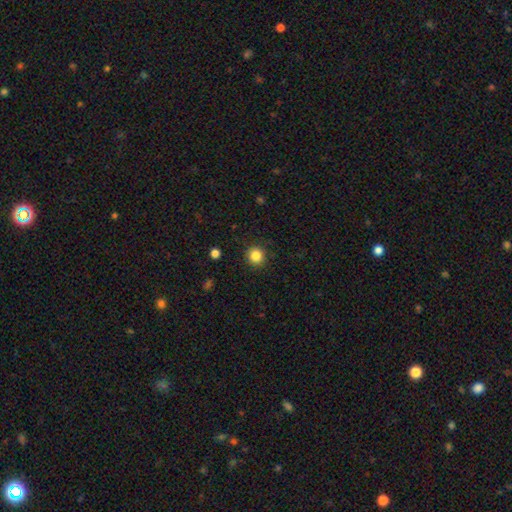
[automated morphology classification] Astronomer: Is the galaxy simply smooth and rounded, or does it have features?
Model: smooth — 85%.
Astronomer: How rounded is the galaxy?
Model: round — 91%.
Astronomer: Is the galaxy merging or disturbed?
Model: none — 91%.